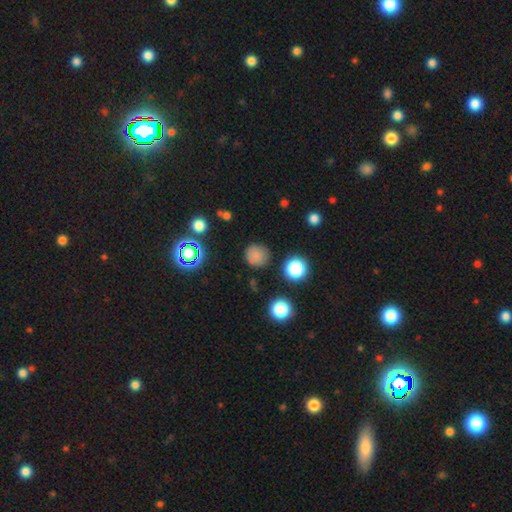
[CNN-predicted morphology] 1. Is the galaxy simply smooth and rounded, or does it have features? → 76% smooth, 17% star or artifact, 7% featured or disk.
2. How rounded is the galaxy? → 93% round, 6% in between, 1% cigar-shaped.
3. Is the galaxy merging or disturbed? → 83% none, 11% minor disturbance, 4% major disturbance, 2% merger.